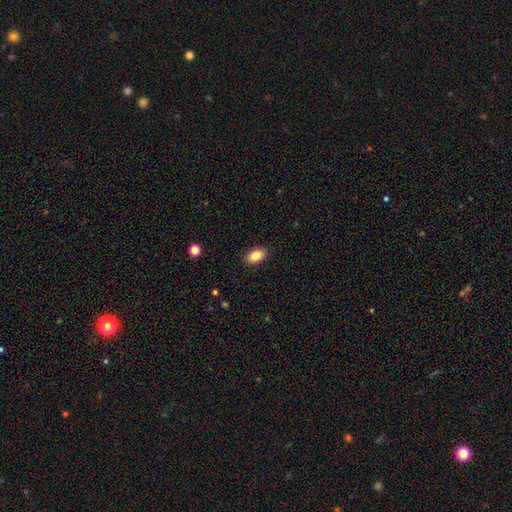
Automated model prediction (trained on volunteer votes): This appears to be a smooth galaxy with no disk features (85%) that is in between round and cigar-shaped (90%). Merging: none (89%).